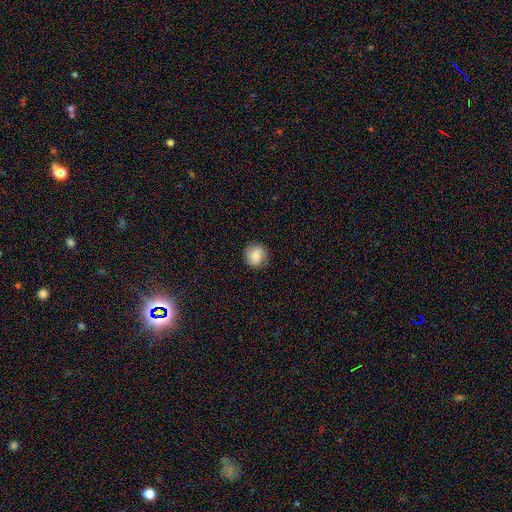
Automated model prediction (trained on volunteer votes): smooth 79%, featured or disk 13%, star or artifact 8%. Down the decision tree: how rounded — round (91%); merging — none (85%).